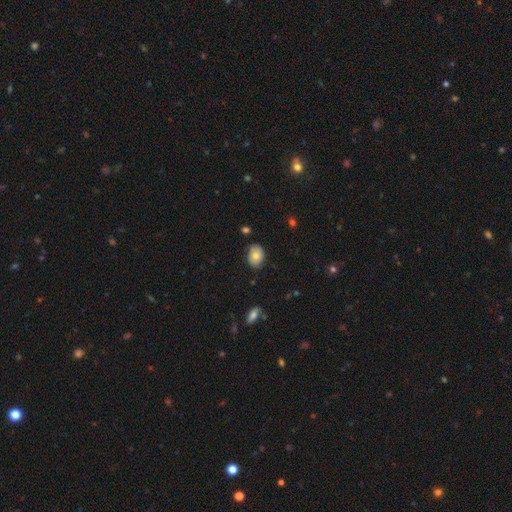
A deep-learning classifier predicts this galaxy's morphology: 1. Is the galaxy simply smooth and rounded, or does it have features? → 69% smooth, 22% featured or disk, 9% star or artifact.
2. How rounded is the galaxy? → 73% in between, 26% round, 1% cigar-shaped.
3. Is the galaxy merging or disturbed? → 78% none, 17% minor disturbance, 3% major disturbance, 2% merger.